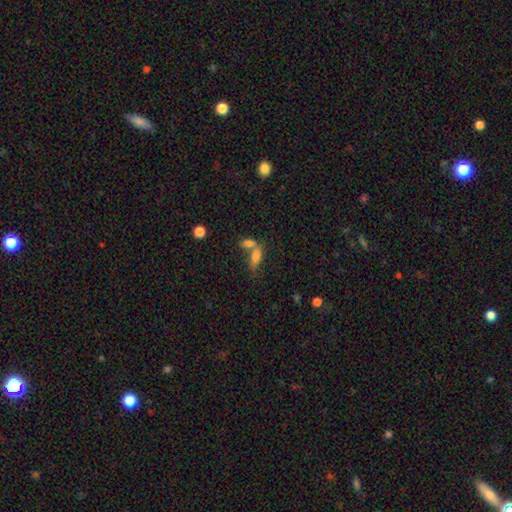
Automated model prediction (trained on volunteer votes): smooth_or_featured: smooth (p=0.73) [alt: featured or disk p=0.15]
how_rounded: in between (p=0.75) [alt: cigar-shaped p=0.19]
merging: merger (p=0.57) [alt: none p=0.26]